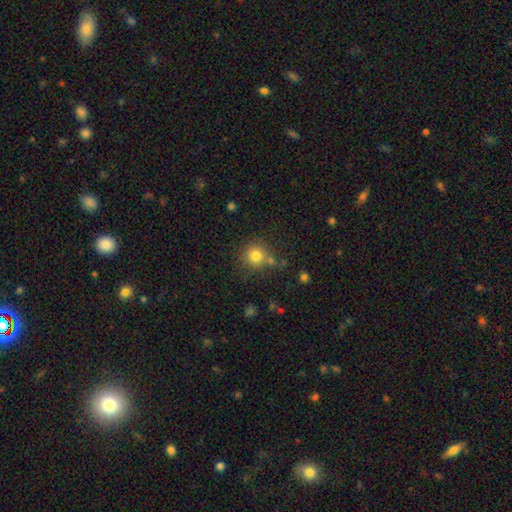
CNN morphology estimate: A smooth galaxy with no disk features (79%) that is round (92%). Merging: none (71%).